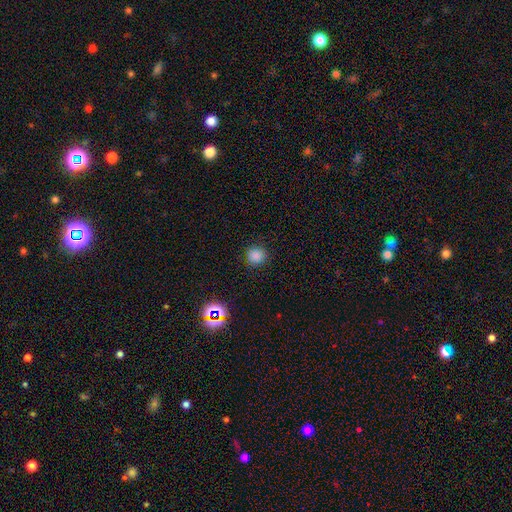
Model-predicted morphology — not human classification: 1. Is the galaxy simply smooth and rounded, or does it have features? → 82% smooth, 15% star or artifact, 3% featured or disk.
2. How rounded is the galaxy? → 91% round, 8% in between, 1% cigar-shaped.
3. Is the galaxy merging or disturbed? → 89% none, 7% minor disturbance, 2% major disturbance, 1% merger.